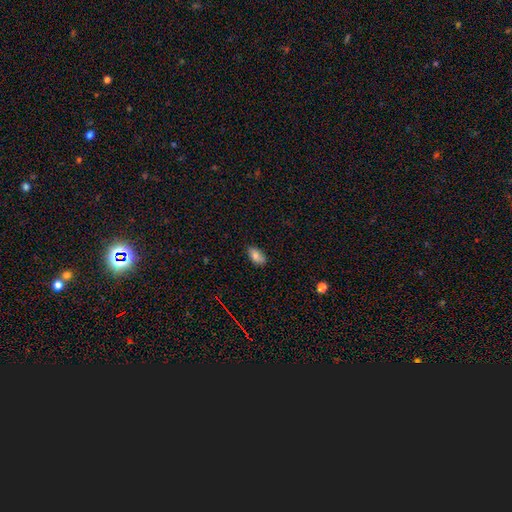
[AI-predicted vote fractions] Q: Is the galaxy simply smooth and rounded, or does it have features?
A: smooth — 78%.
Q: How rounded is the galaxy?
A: in between — 93%.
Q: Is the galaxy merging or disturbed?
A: none — 83%.